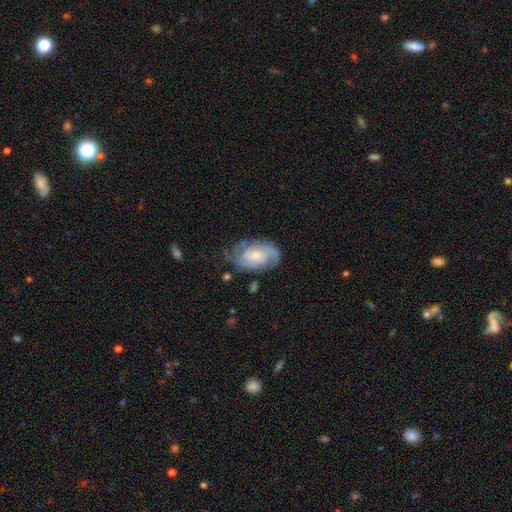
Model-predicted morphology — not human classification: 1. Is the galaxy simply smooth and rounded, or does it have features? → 81% featured or disk, 14% smooth, 6% star or artifact.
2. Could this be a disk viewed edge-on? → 97% no, 3% yes.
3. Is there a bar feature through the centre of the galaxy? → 64% no, 31% weak, 5% strong.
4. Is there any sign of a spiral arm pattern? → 95% yes, 5% no.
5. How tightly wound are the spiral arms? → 54% tight, 36% medium, 10% loose.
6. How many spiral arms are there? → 47% 2, 23% can't tell, 17% 3, 5% 4, 5% 1, 4% more than 4.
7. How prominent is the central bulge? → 44% moderate, 39% small, 9% large, 6% none, 2% dominant.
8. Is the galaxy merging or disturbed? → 66% none, 22% minor disturbance, 10% major disturbance, 2% merger.